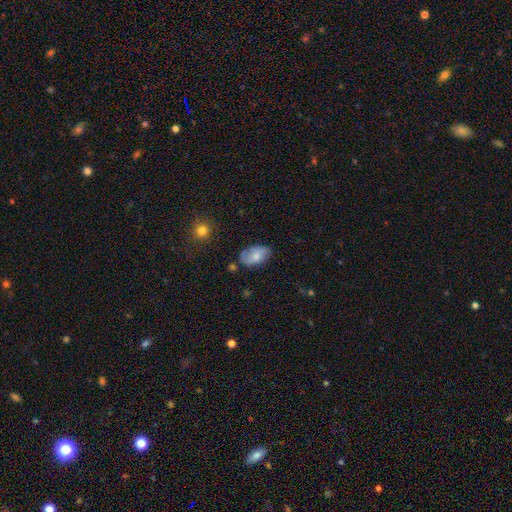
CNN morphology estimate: This is likely a smooth galaxy (71%). How rounded: clearly in between (92%). Merging: likely none (63%).